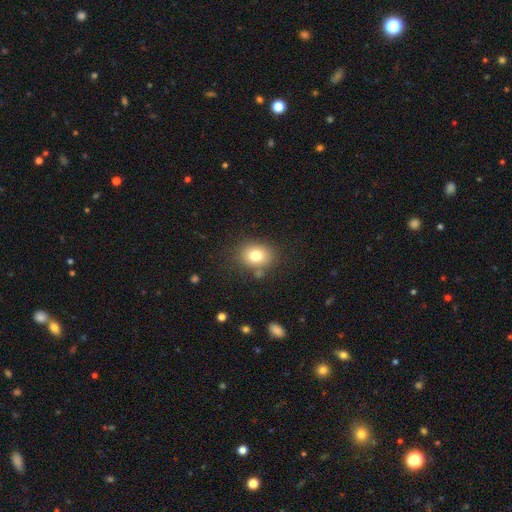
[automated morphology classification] A smooth galaxy with no disk features (78%) that is round (56%). Merging: none (80%).